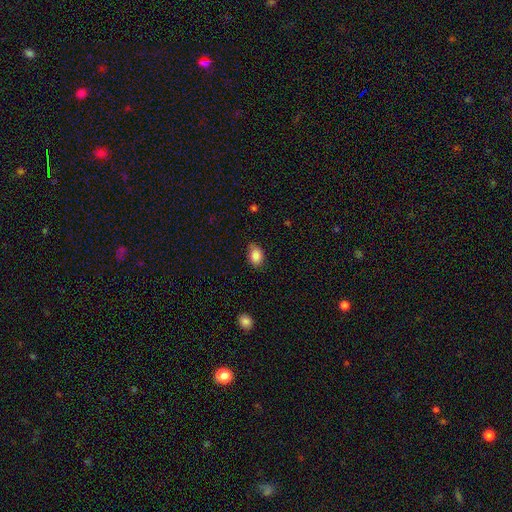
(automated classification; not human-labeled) A smooth galaxy with no disk features (87%) that is in between round and cigar-shaped (76%). Merging: none (73%).